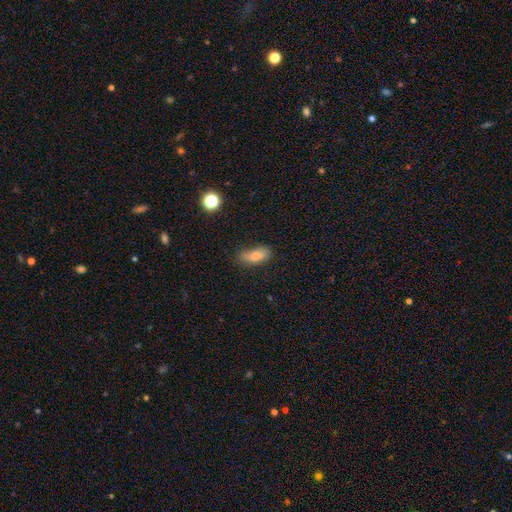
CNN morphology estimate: Q: Smooth or featured?
A: smooth (80%); runner-up: featured or disk (10%)
Q: How rounded?
A: in between (82%); runner-up: cigar-shaped (14%)
Q: Merging?
A: none (60%); runner-up: minor disturbance (29%)